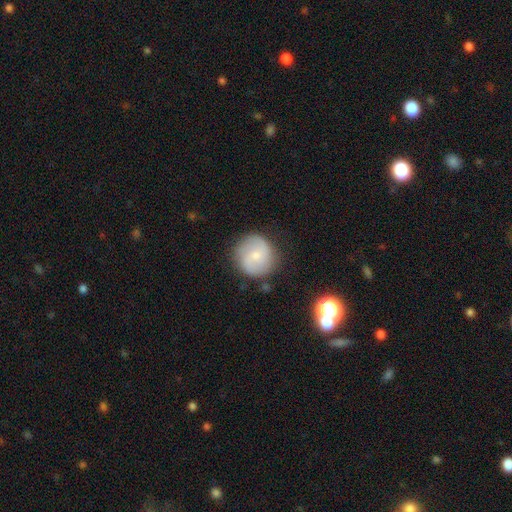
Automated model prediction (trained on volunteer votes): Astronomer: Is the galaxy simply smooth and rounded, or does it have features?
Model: featured or disk — 46%, tied with smooth at 46%.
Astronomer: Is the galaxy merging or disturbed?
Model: none — 80%.